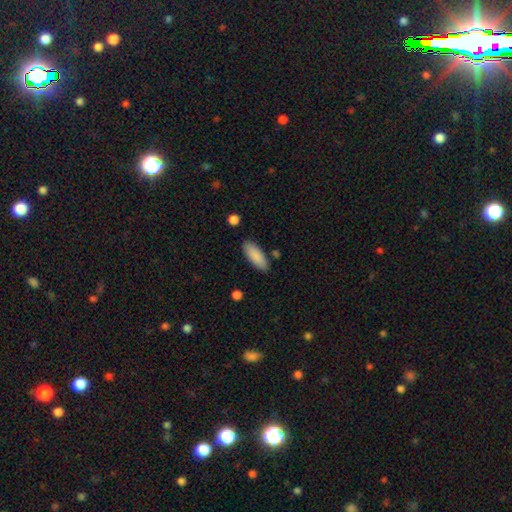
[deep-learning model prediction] smooth-or-featured: smooth: 88% | star or artifact: 6% | featured or disk: 6%
  how-rounded: in between: 73% | cigar-shaped: 25% | round: 2%
  merging: none: 85% | minor disturbance: 10% | merger: 3% | major disturbance: 2%